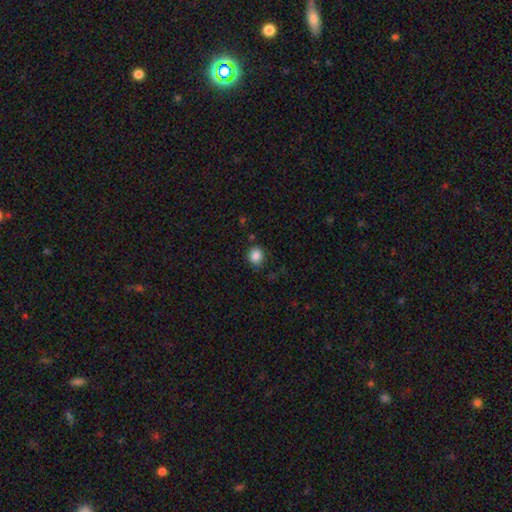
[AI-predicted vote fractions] A smooth galaxy with no disk features (86%) that is round (73%). Merging: none (81%).